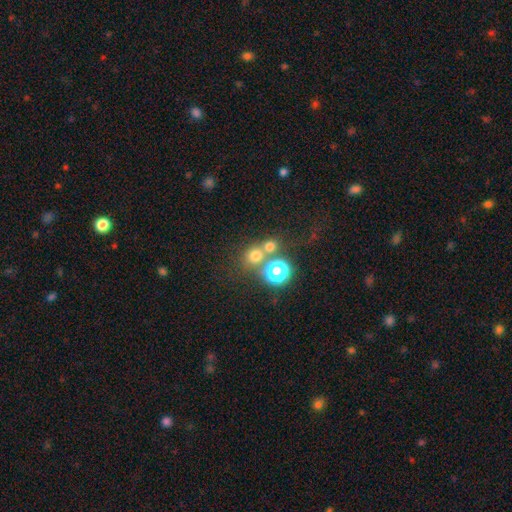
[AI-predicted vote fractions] Smooth or featured? Predicted: smooth (p=0.67). How rounded? Predicted: round (p=0.84). Merging? Predicted: none (p=0.56).